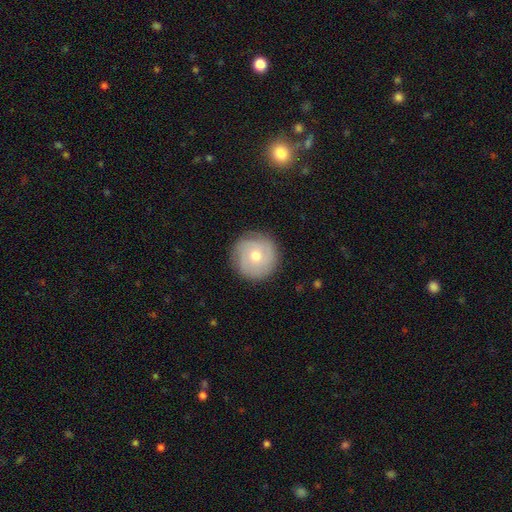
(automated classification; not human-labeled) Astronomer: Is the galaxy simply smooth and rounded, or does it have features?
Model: featured or disk — 49% (runner-up: smooth, 43%).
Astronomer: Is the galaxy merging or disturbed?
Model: none — 85%.